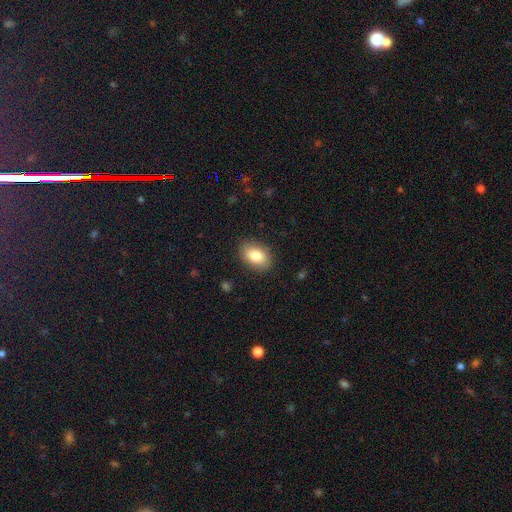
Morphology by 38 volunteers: This appears to be a smooth galaxy with no disk features (87%) that is in between round and cigar-shaped (94%). Merging: none (86%).